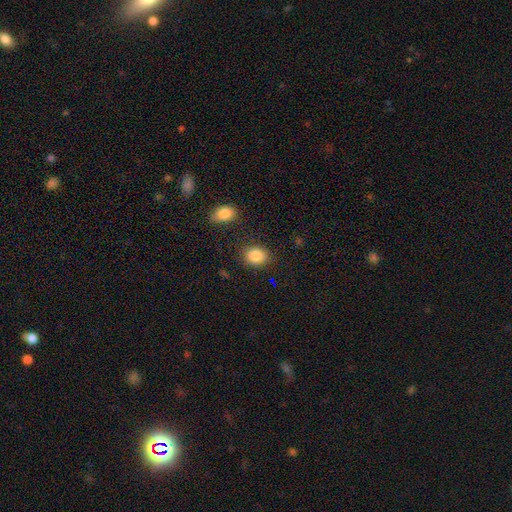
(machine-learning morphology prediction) Q: Smooth or featured?
A: smooth (88%); runner-up: star or artifact (8%)
Q: How rounded?
A: round (52%); runner-up: in between (47%)
Q: Merging?
A: none (80%); runner-up: minor disturbance (12%)